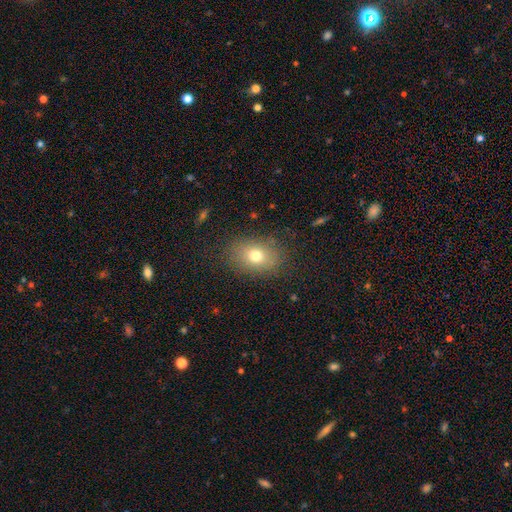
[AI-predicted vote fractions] Smooth or featured? Predicted: smooth (p=0.74). How rounded? Predicted: in between (p=0.72). Merging? Predicted: none (p=0.82).